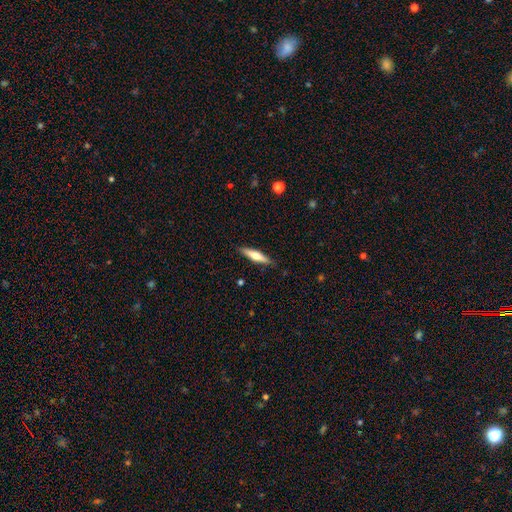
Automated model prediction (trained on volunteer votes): This is possibly a smooth galaxy (48%). Merging: clearly none (88%).